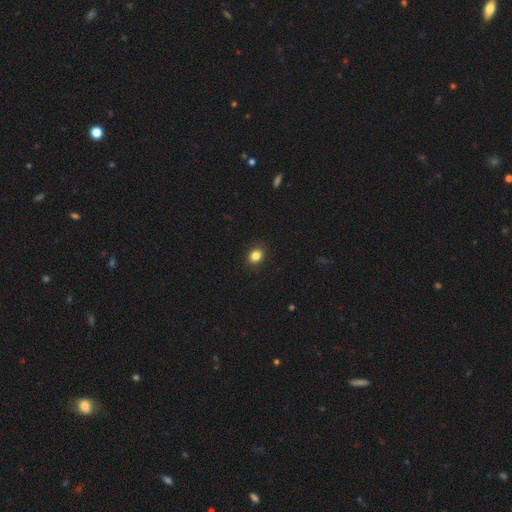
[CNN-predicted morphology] Overall: smooth (85%). How rounded: round (54%; in between 45%). Merging: none (90%).